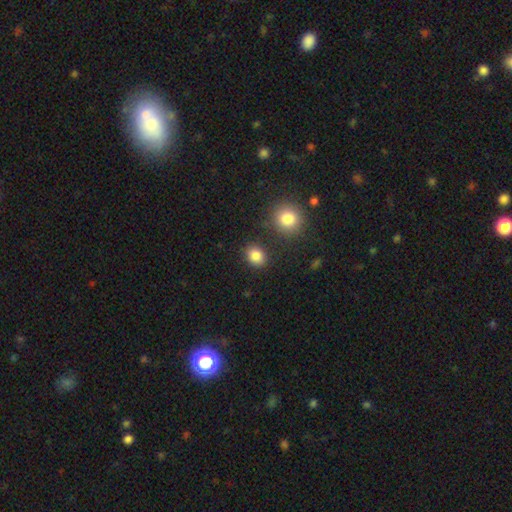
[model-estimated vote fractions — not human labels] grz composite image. It shows a smooth galaxy with no disk features (85%) that is round (53%). Merging: none (83%).